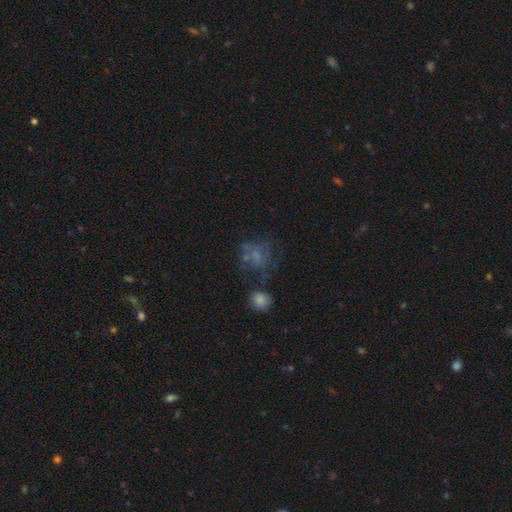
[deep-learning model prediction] A smooth galaxy with no disk features (45%).

Vote fractions:
- Smooth or featured? smooth: 45% / featured or disk: 35% / star or artifact: 20%
- Merging? none: 47% / major disturbance: 24% / minor disturbance: 20% / merger: 9%